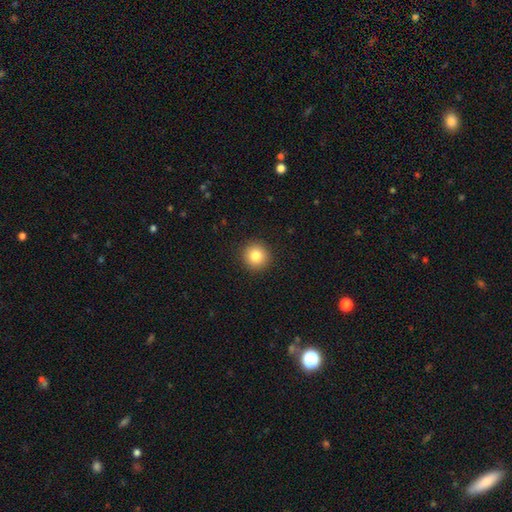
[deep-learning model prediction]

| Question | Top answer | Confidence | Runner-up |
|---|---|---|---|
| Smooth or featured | smooth | 83% | star or artifact (10%) |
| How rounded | round | 95% | in between (5%) |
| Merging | none | 92% | minor disturbance (5%) |